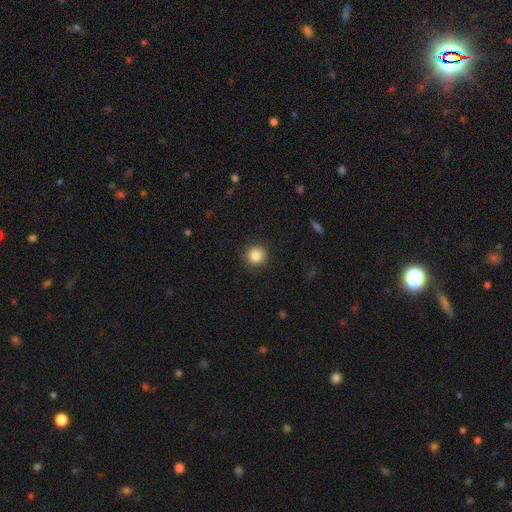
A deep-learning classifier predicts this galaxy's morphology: Smooth or featured? Predicted: smooth (p=0.86). How rounded? Predicted: round (p=0.94). Merging? Predicted: none (p=0.91).